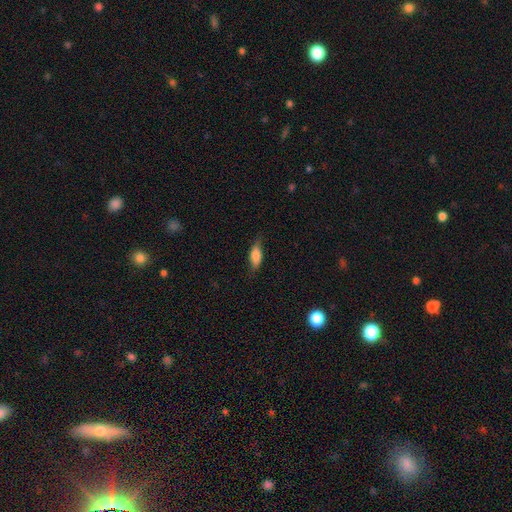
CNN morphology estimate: Smooth or featured: smooth — 75% (featured or disk — 18%)
How rounded: in between — 74% (cigar-shaped — 23%)
Merging: none — 73% (minor disturbance — 21%)